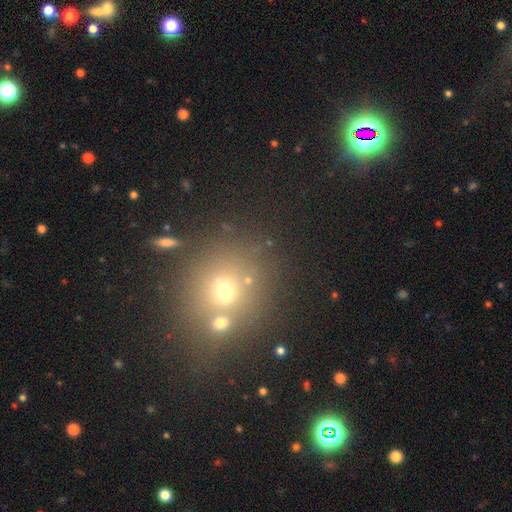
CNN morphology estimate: Q: Smooth or featured?
A: smooth (50%); runner-up: star or artifact (35%)
Q: How rounded?
A: round (78%); runner-up: in between (21%)
Q: Merging?
A: none (62%); runner-up: merger (24%)